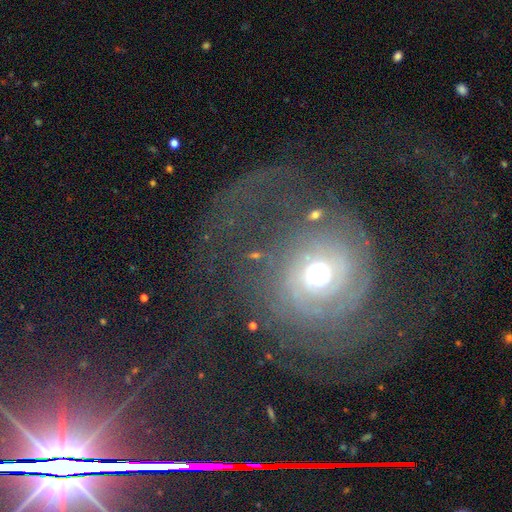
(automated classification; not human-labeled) Q: Smooth or featured?
A: featured or disk (70%); runner-up: smooth (17%)
Q: Edge-on disk?
A: no (96%); runner-up: yes (4%)
Q: Bar?
A: no (76%); runner-up: weak (17%)
Q: Spiral arms?
A: yes (81%); runner-up: no (19%)
Q: Spiral winding?
A: tight (50%); runner-up: medium (28%)
Q: Spiral arm count?
A: can't tell (32%); runner-up: 2 (28%)
Q: Bulge size?
A: moderate (69%); runner-up: small (13%)
Q: Merging?
A: none (55%); runner-up: major disturbance (29%)